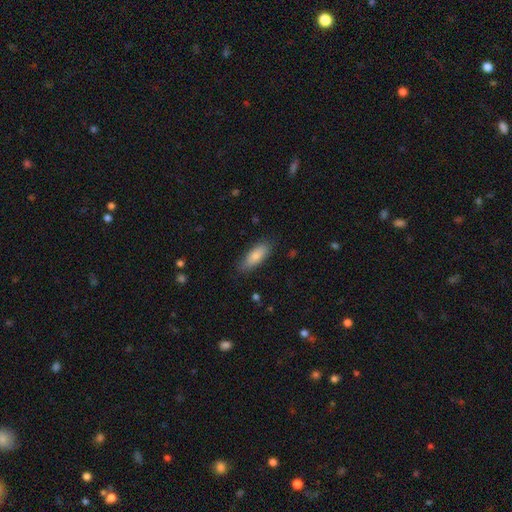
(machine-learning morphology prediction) Overall: smooth (82%). How rounded: in between (75%). Merging: none (81%).